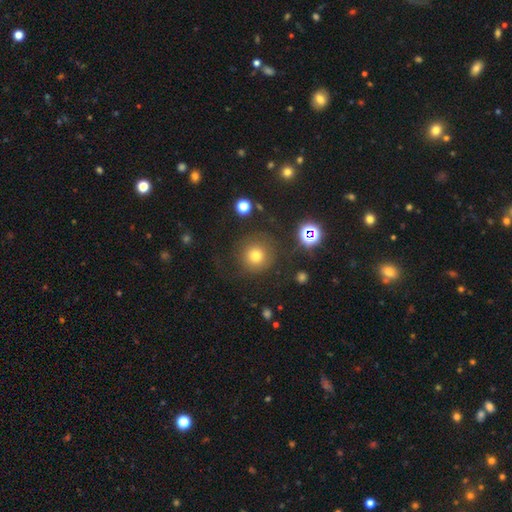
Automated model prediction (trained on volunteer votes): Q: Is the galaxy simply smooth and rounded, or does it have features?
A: smooth — 73%.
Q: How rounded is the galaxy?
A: round — 94%.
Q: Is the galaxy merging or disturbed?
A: none — 81%.